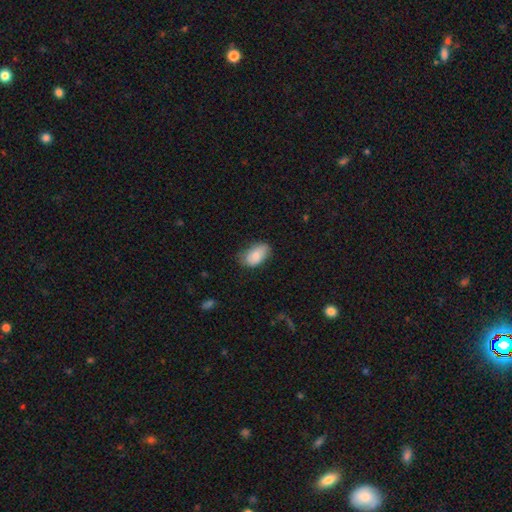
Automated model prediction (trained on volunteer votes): smooth-or-featured: smooth: 80% | featured or disk: 13% | star or artifact: 7%
  how-rounded: in between: 92% | round: 7% | cigar-shaped: 1%
  merging: none: 66% | minor disturbance: 28% | major disturbance: 5% | merger: 1%